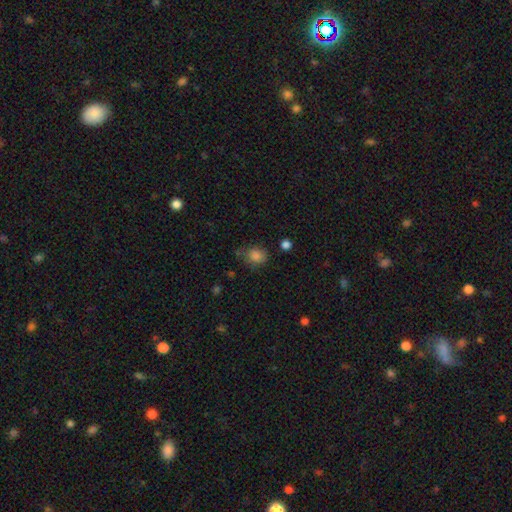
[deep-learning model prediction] smooth_or_featured: smooth (p=0.83) [alt: star or artifact p=0.11]
how_rounded: round (p=0.62) [alt: in between p=0.37]
merging: none (p=0.63) [alt: minor disturbance p=0.25]